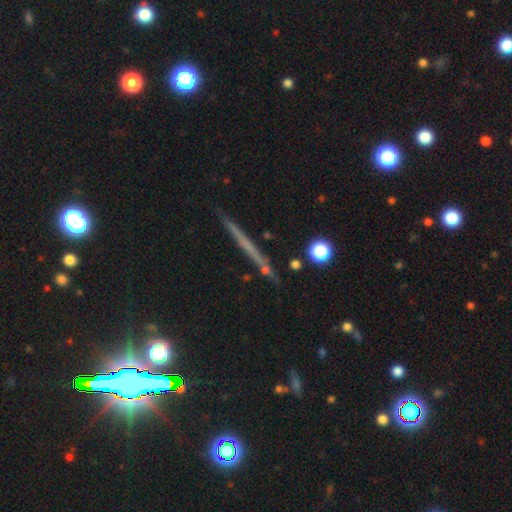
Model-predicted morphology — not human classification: featured or disk 54%, smooth 29%, star or artifact 16%. Down the decision tree: edge-on disk — yes (95%); edge-on bulge — none (85%); merging — none (88%).